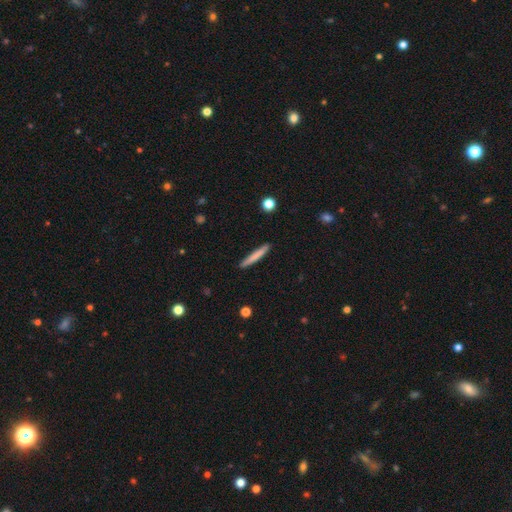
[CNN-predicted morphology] smooth 74%, featured or disk 20%, star or artifact 6%. Down the decision tree: how rounded — cigar-shaped (95%); merging — none (90%).